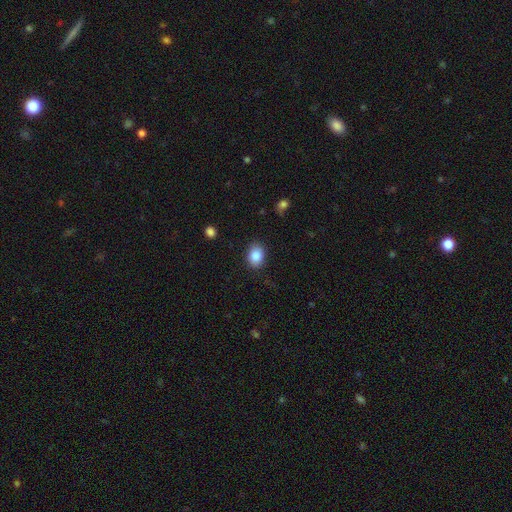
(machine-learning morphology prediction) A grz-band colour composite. It shows a smooth galaxy with no disk features (88%) that is in between round and cigar-shaped (65%). Merging: none (86%).